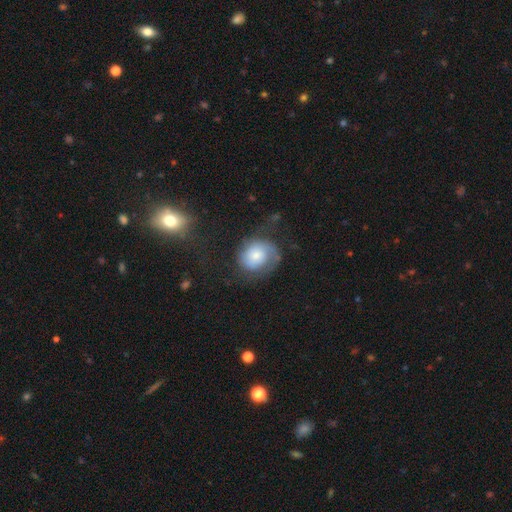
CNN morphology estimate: Smooth or featured? featured or disk (49%)
Merging? none (51%)